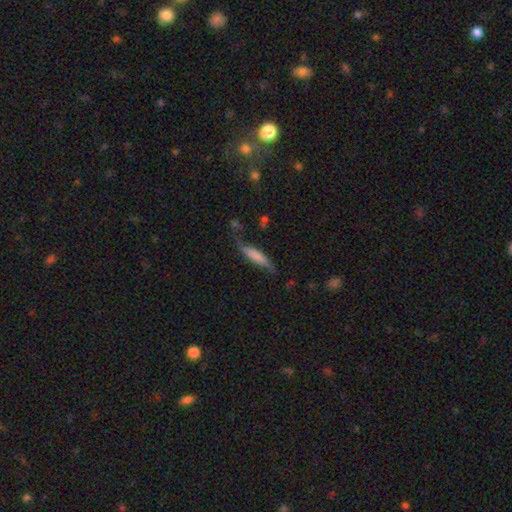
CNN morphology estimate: A smooth galaxy with no disk features (52%) that is cigar-shaped (74%). Merging: none (52%).